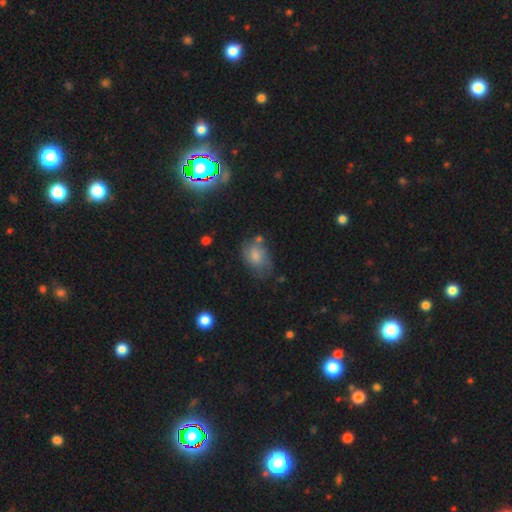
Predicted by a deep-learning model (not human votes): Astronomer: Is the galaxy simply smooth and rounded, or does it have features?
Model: smooth — 73%.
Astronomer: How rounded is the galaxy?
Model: in between — 83%.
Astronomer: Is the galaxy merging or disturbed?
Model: none — 51% (runner-up: minor disturbance, 29%).